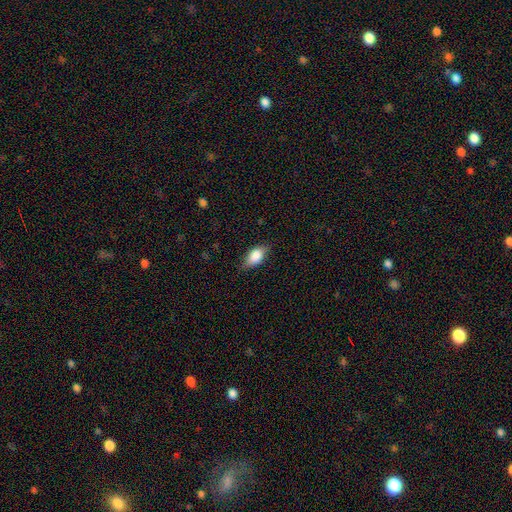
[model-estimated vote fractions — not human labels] Smooth or featured? Predicted: smooth (p=0.81). How rounded? Predicted: in between (p=0.87). Merging? Predicted: none (p=0.76).